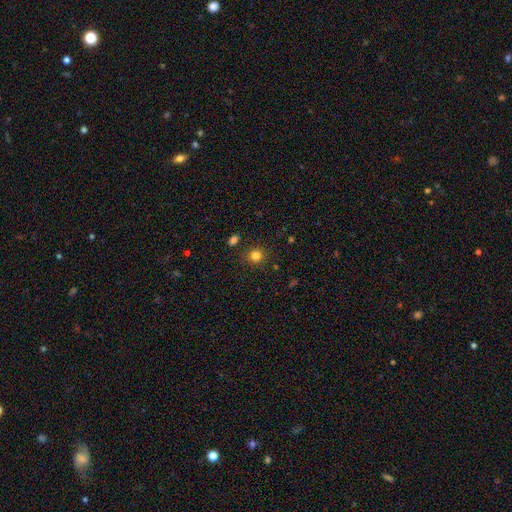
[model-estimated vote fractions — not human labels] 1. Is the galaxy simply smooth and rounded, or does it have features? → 81% smooth, 13% star or artifact, 5% featured or disk.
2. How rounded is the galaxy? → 88% round, 11% in between, 1% cigar-shaped.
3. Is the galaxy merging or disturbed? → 86% none, 8% minor disturbance, 3% merger, 3% major disturbance.